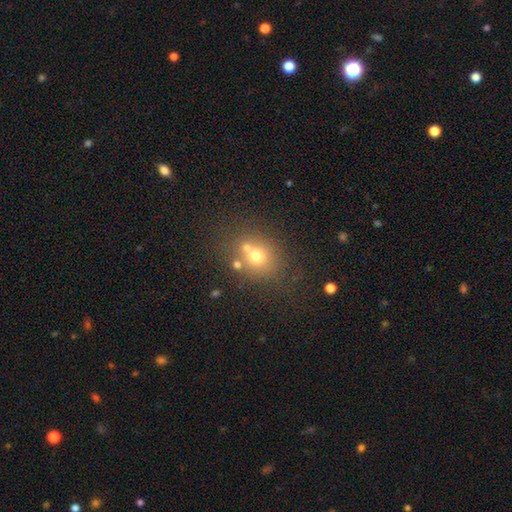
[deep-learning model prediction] A smooth galaxy with no disk features (65%) that is round (72%). Merging: none (56%).